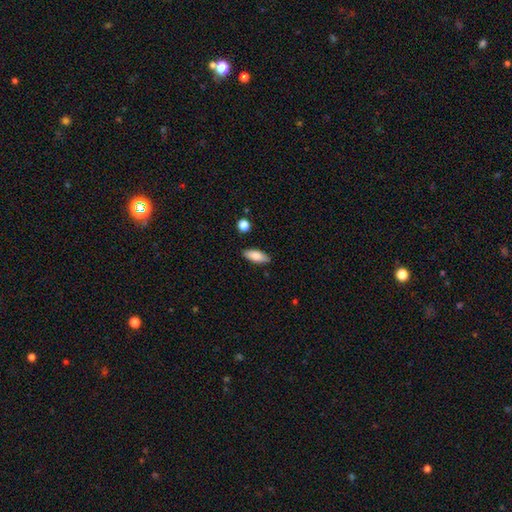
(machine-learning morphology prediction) type=smooth (83%); roundness=in between (79%); merging=none (86%).